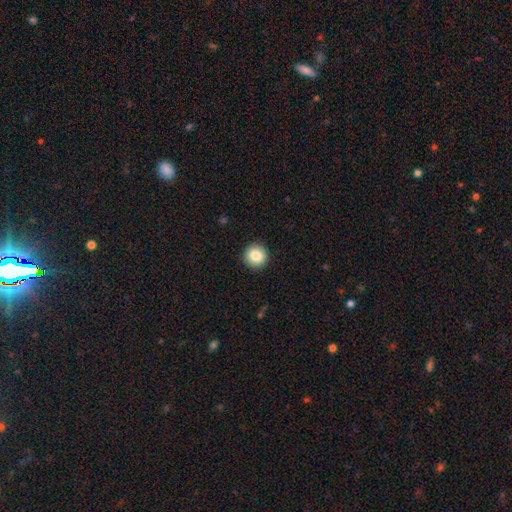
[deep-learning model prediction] A smooth galaxy with no disk features (86%) that is round (94%). Merging: none (93%).